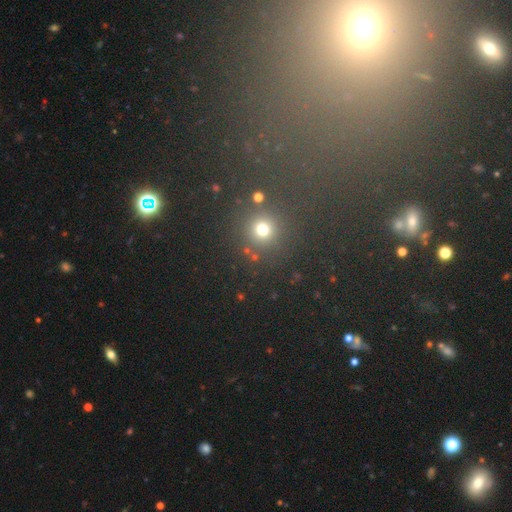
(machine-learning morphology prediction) This is possibly a star or artifact rather than a galaxy (58%).